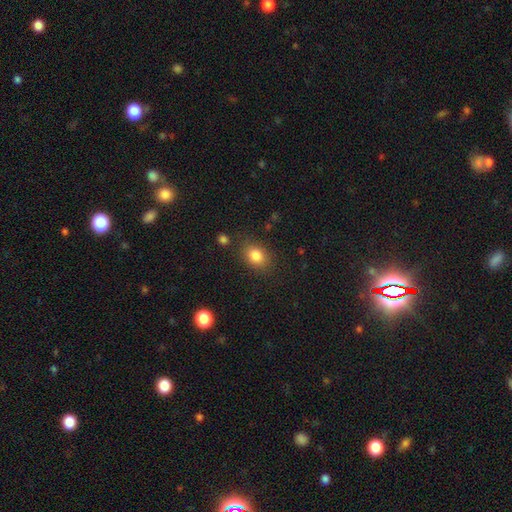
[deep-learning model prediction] Q: Smooth or featured?
A: smooth (83%); runner-up: star or artifact (10%)
Q: How rounded?
A: in between (63%); runner-up: round (35%)
Q: Merging?
A: none (82%); runner-up: minor disturbance (12%)